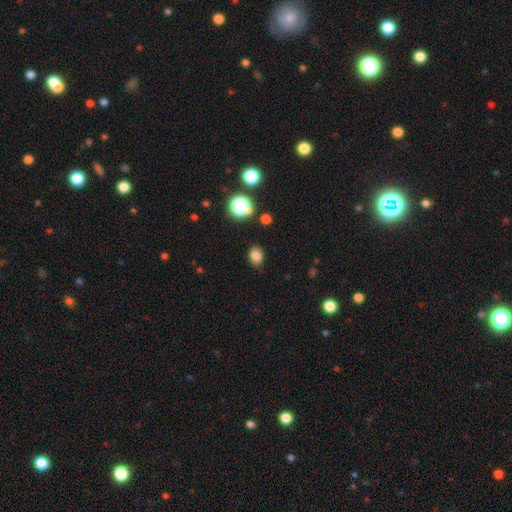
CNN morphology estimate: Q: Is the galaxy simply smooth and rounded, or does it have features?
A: smooth — 80%.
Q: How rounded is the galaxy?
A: in between — 55%.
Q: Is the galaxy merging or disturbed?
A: none — 84%.